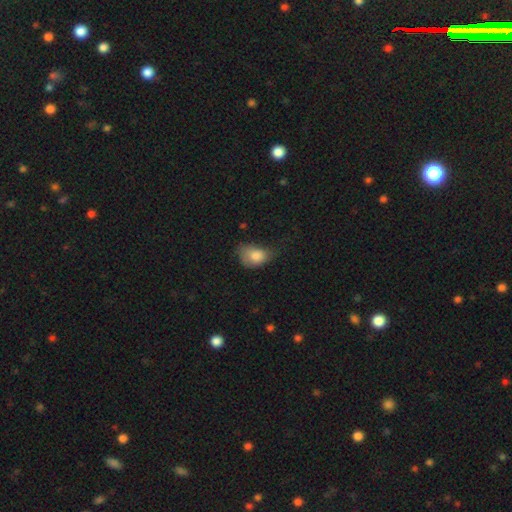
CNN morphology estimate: The model was most divided on "merging": minor disturbance: 41%, major disturbance: 33%, none: 23%, merger: 3%. More confident: smooth or featured — smooth (78%); how rounded — in between (75%).